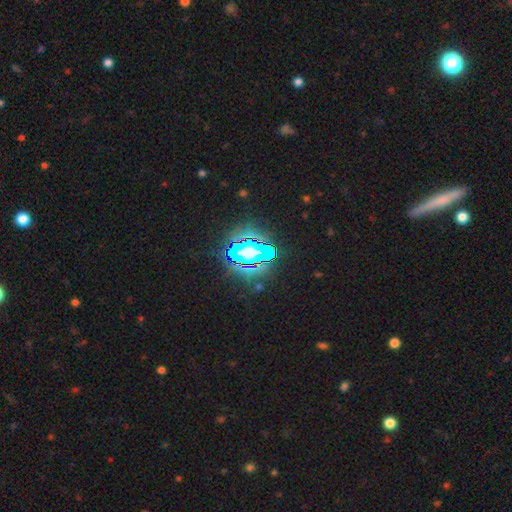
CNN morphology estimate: The model was most divided on "smooth or featured": star or artifact: 72%, smooth: 16%, featured or disk: 13%.